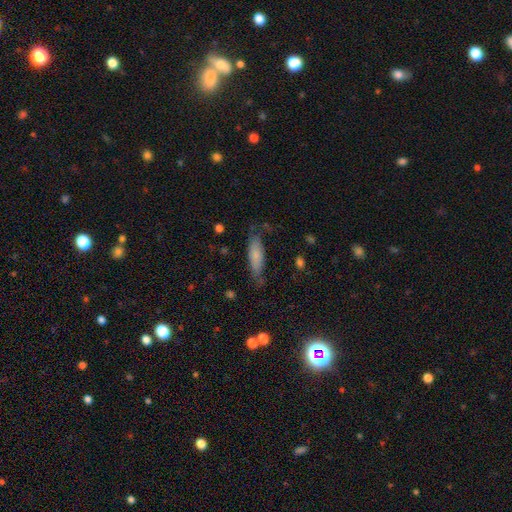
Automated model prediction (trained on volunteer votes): Q: Smooth or featured?
A: smooth (68%); runner-up: featured or disk (25%)
Q: How rounded?
A: cigar-shaped (50%); runner-up: in between (48%)
Q: Merging?
A: none (61%); runner-up: minor disturbance (27%)